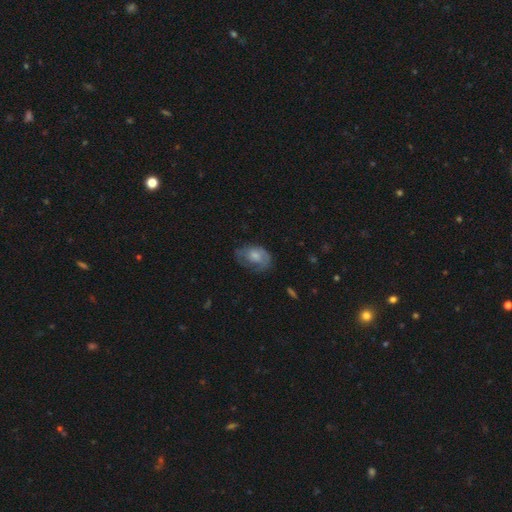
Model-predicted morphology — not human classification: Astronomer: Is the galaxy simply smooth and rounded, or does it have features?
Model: smooth — 51% (runner-up: featured or disk, 42%).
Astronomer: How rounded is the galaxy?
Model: in between — 77%.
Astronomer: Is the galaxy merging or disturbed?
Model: none — 50% (runner-up: minor disturbance, 28%).